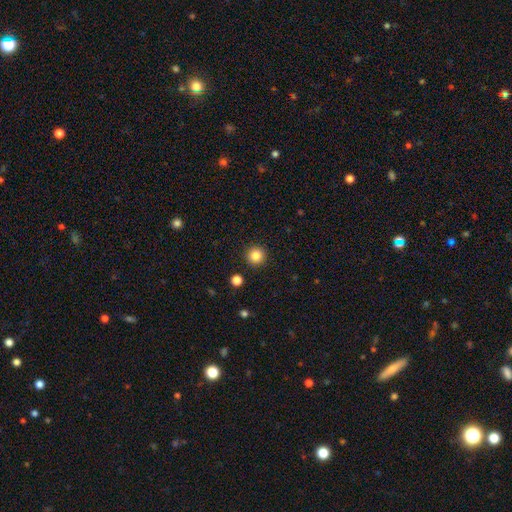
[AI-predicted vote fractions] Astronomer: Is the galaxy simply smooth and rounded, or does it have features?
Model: smooth — 84%.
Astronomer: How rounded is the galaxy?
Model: round — 95%.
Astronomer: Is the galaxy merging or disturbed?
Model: none — 92%.